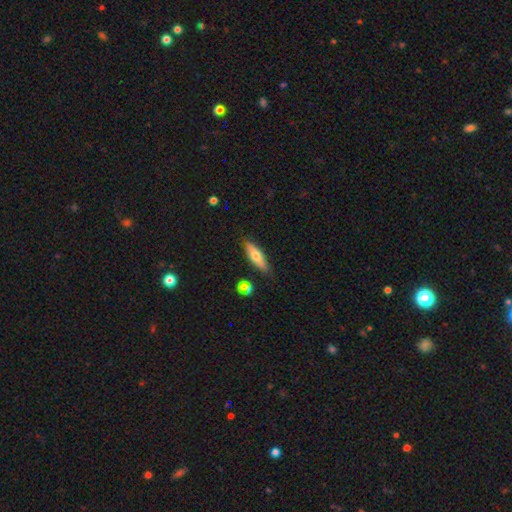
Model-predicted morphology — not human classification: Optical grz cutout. It shows a smooth galaxy with no disk features (60%) that is in between round and cigar-shaped (50%). Merging: none (80%).